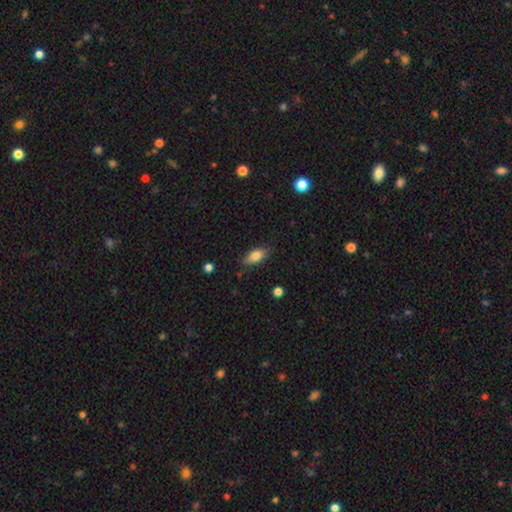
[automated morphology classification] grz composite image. It shows a smooth galaxy with no disk features (77%) that is in between round and cigar-shaped (82%). Merging: none (83%).